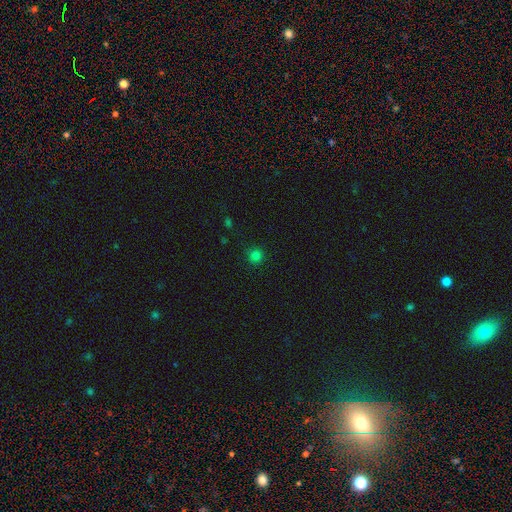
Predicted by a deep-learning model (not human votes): smooth 79%, star or artifact 18%, featured or disk 4%. Down the decision tree: how rounded — round (94%); merging — none (89%).